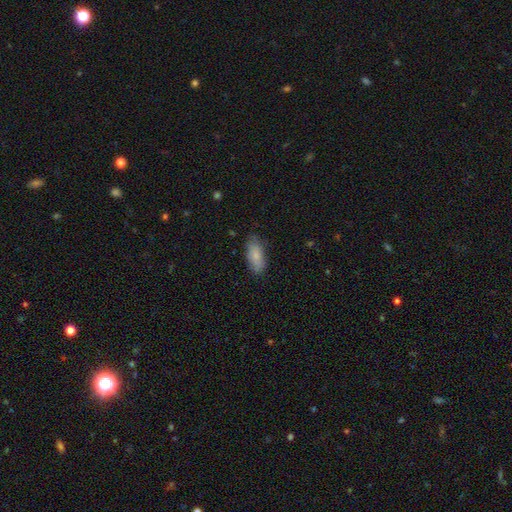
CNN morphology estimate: Smooth or featured? Predicted: smooth (p=0.82). How rounded? Predicted: in between (p=0.85). Merging? Predicted: none (p=0.75).